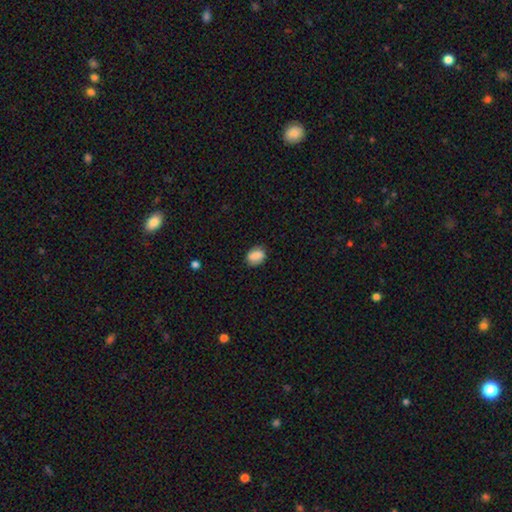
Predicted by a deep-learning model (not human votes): Smooth or featured? smooth (84%)
How rounded? in between (70%)
Merging? none (79%)